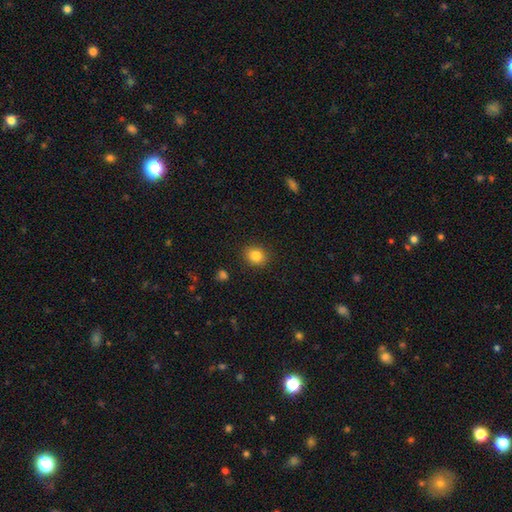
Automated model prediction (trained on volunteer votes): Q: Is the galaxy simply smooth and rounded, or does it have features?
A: smooth — 85%.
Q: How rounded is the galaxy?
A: round — 72%.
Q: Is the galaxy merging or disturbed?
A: none — 89%.